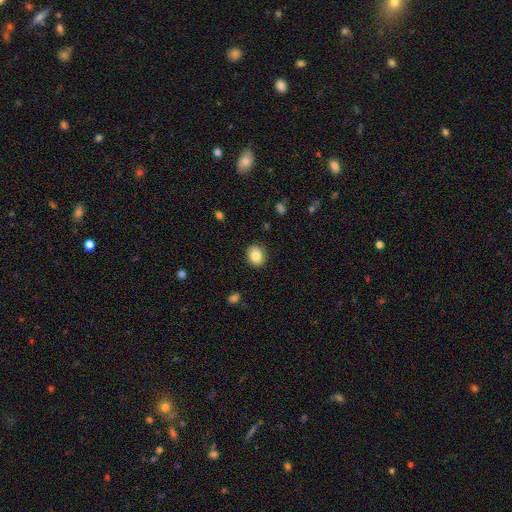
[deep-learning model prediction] smooth_or_featured: smooth (p=0.85) [alt: star or artifact p=0.08]
how_rounded: round (p=0.60) [alt: in between p=0.39]
merging: none (p=0.89) [alt: minor disturbance p=0.08]